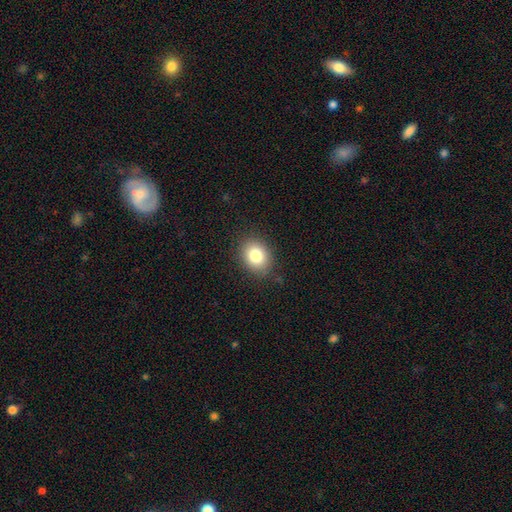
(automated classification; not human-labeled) Smooth or featured? smooth (82%)
How rounded? round (55%)
Merging? none (87%)